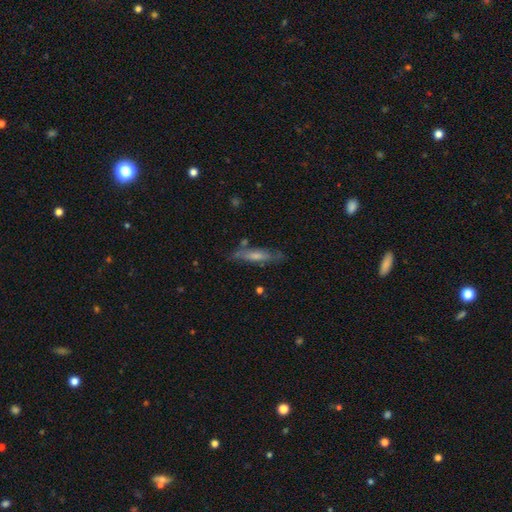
featured or disk 58%, smooth 37%, star or artifact 5%. Down the decision tree: edge-on disk — no (77%); bar — no (76%); spiral arms — no (59%); bulge size — small (65%); merging — none (86%).